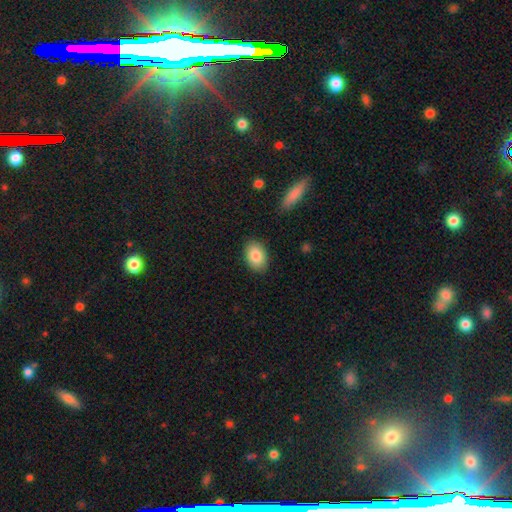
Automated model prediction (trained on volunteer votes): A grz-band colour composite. It shows a smooth galaxy with no disk features (86%) that is in between round and cigar-shaped (86%). Merging: none (87%).